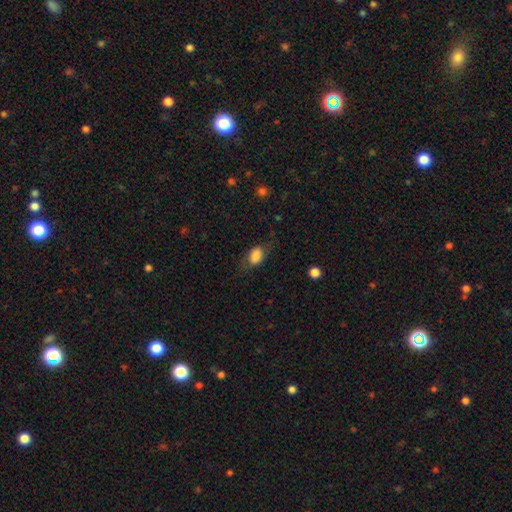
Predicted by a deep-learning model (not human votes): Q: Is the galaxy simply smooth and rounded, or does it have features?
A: smooth — 82%.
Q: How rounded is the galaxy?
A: in between — 82%.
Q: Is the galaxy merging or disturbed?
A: none — 67%.